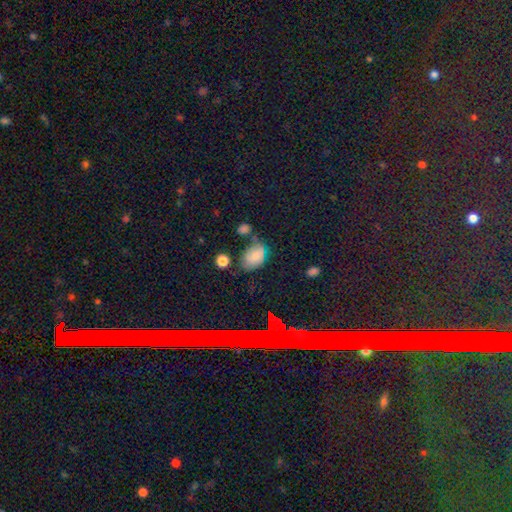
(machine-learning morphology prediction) The model was most divided on "merging": none: 49%, minor disturbance: 27%, merger: 12%, major disturbance: 11%. More confident: how rounded — in between (81%); smooth or featured — smooth (73%).